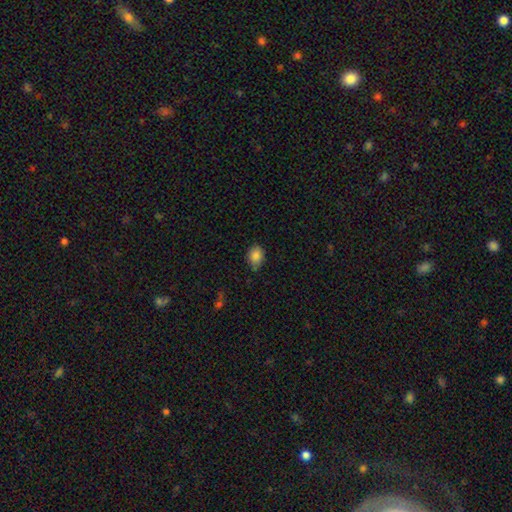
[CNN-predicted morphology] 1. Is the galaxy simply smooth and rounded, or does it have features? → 86% smooth, 9% star or artifact, 5% featured or disk.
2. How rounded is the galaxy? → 50% round, 49% in between, 1% cigar-shaped.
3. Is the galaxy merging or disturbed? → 70% none, 24% minor disturbance, 4% major disturbance, 2% merger.